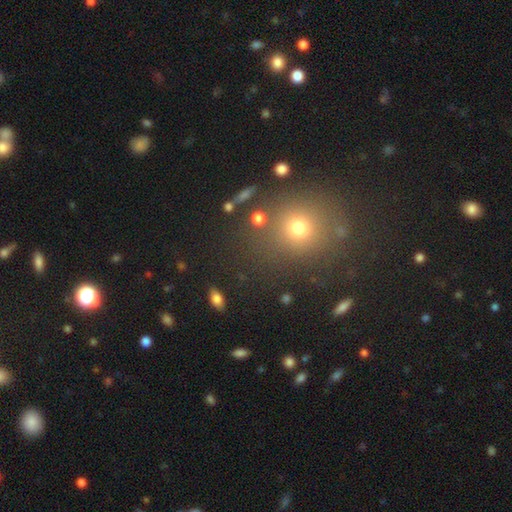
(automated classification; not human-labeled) The model was most divided on "smooth or featured": smooth: 58%, star or artifact: 34%, featured or disk: 8%. More confident: merging — none (85%); how rounded — round (83%).